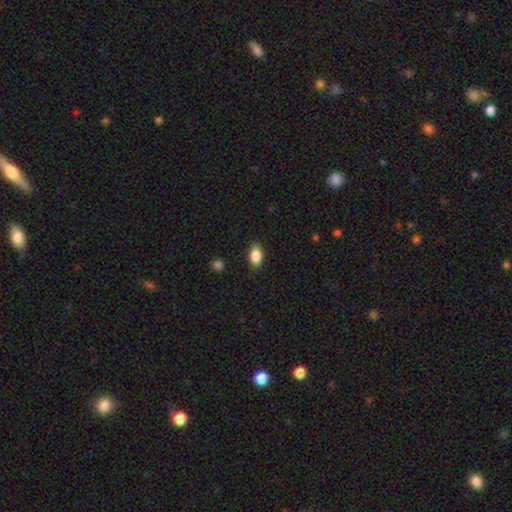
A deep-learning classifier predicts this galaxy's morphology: Overall: smooth (87%). How rounded: in between (89%). Merging: none (87%).